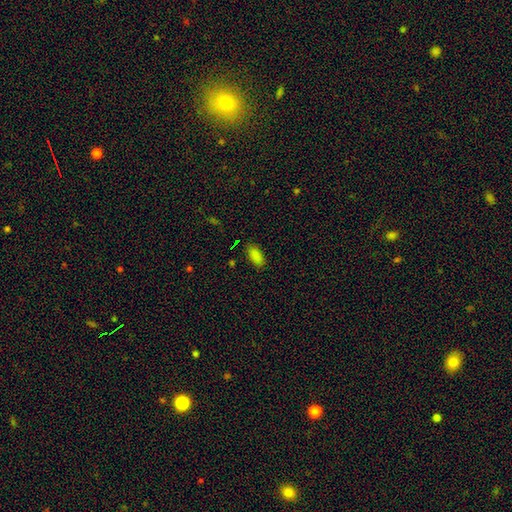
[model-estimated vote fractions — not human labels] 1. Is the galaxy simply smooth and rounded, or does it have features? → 86% smooth, 10% star or artifact, 4% featured or disk.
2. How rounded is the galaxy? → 89% in between, 8% cigar-shaped, 3% round.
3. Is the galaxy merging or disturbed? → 85% none, 11% minor disturbance, 3% major disturbance, 1% merger.